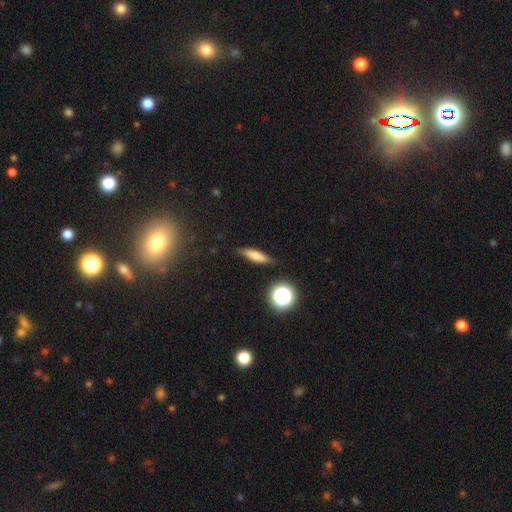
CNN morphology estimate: A smooth galaxy with no disk features (67%) that is cigar-shaped (69%). Merging: none (80%).